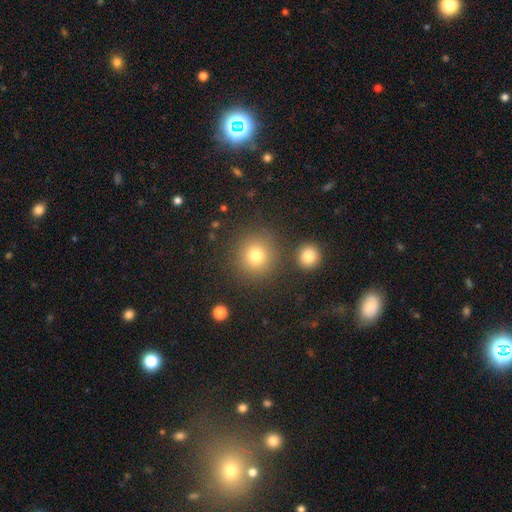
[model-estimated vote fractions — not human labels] smooth 77%, star or artifact 15%, featured or disk 8%. Down the decision tree: how rounded — round (93%); merging — none (83%).